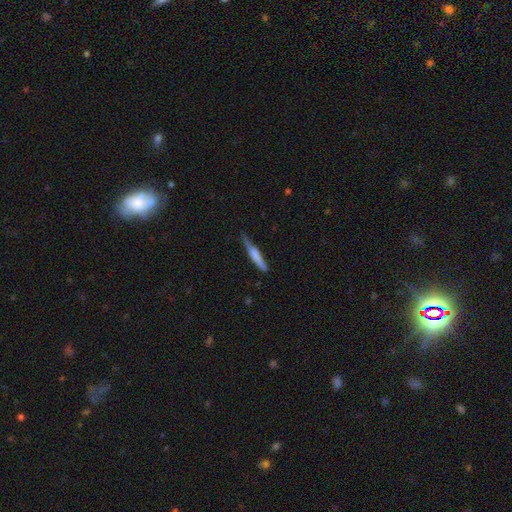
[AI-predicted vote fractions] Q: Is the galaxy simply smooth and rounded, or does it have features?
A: smooth — 63%.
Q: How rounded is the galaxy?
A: cigar-shaped — 92%.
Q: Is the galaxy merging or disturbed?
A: none — 60%.